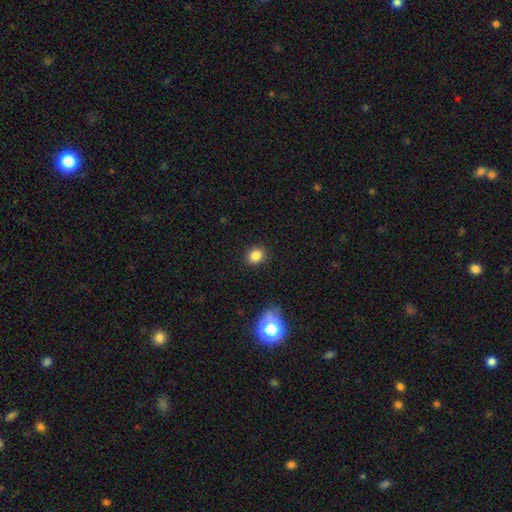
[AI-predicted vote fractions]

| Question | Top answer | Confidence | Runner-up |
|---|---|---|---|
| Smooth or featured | smooth | 83% | star or artifact (12%) |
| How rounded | round | 69% | in between (30%) |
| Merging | none | 90% | minor disturbance (7%) |